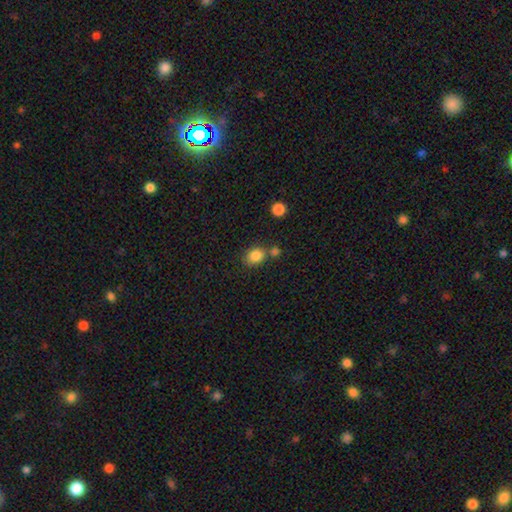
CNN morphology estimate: A smooth galaxy with no disk features (85%) that is in between round and cigar-shaped (50%).

Vote fractions:
- Smooth or featured? smooth: 85% / star or artifact: 10% / featured or disk: 5%
- How rounded? in between: 50% / round: 49% / cigar-shaped: 1%
- Merging? none: 61% / merger: 21% / minor disturbance: 13% / major disturbance: 4%